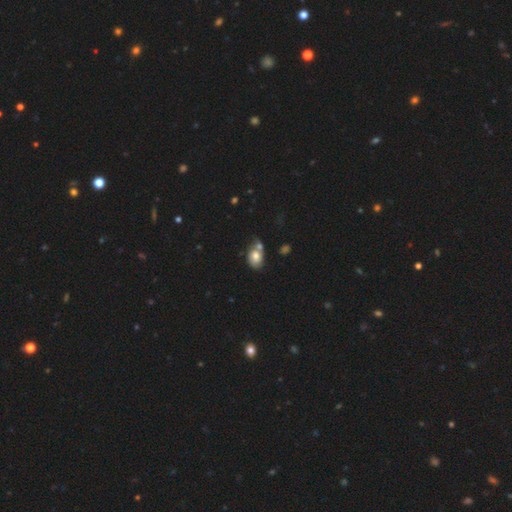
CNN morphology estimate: type=smooth (74%); roundness=in between (70%); merging=none (41%).